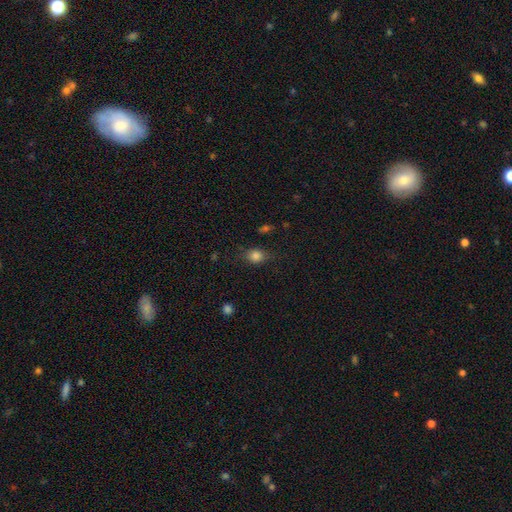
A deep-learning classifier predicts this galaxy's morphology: A smooth galaxy with no disk features (81%) that is in between round and cigar-shaped (51%). Merging: none (71%).